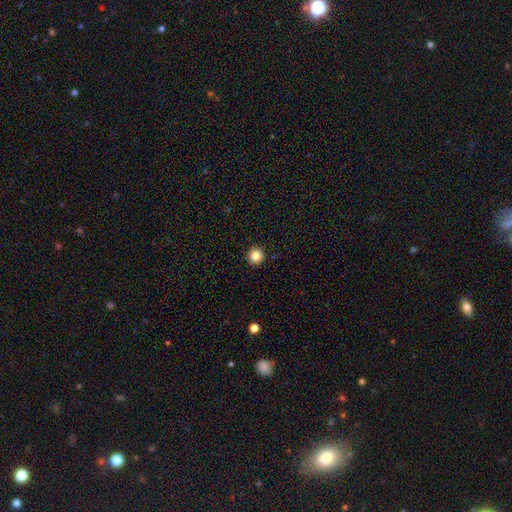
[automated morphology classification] smooth-or-featured: smooth: 84% | star or artifact: 11% | featured or disk: 5%
  how-rounded: round: 95% | in between: 4% | cigar-shaped: 1%
  merging: none: 94% | minor disturbance: 4% | major disturbance: 1% | merger: 1%